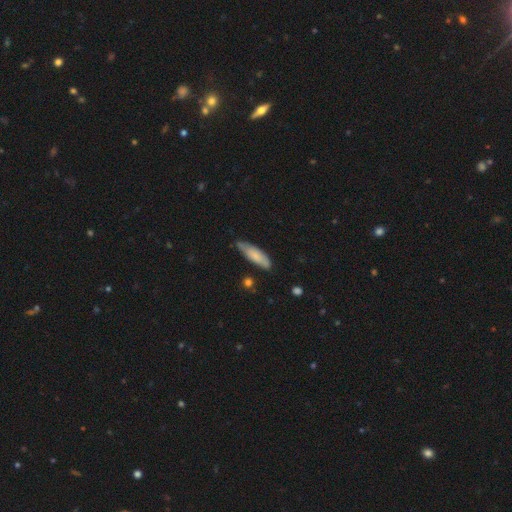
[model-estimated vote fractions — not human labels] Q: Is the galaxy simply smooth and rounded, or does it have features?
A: smooth — 74%.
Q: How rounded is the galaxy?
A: cigar-shaped — 55%.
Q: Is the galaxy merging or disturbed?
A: none — 71%.